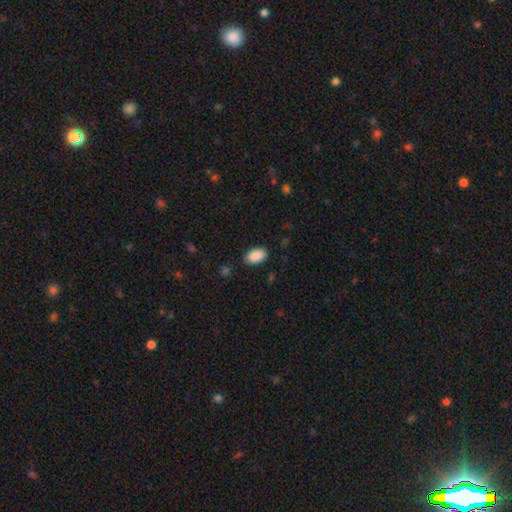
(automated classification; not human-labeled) Overall: smooth (90%). How rounded: in between (93%). Merging: none (83%).